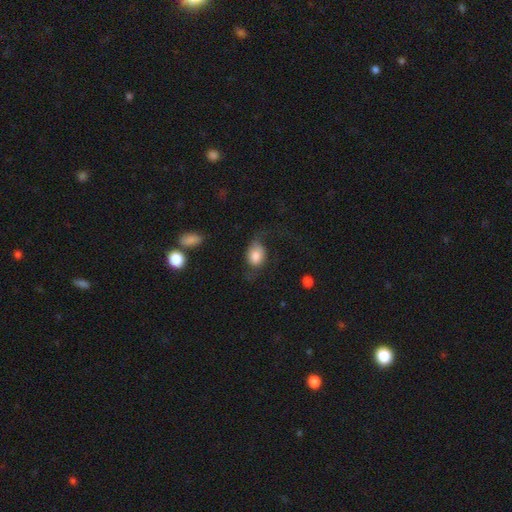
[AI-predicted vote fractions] Smooth or featured?
  - smooth: 75% *
  - featured or disk: 17%
  - star or artifact: 8%
How rounded?
  - in between: 73% *
  - round: 25%
  - cigar-shaped: 2%
Merging?
  - none: 40% *
  - major disturbance: 30%
  - minor disturbance: 27%
  - merger: 3%